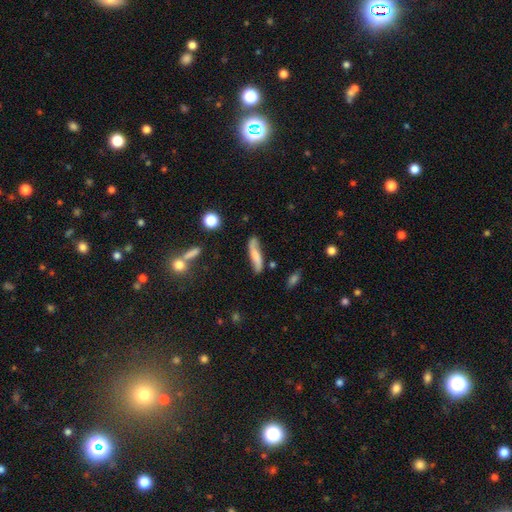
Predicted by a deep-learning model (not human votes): smooth 50%, featured or disk 43%, star or artifact 7%. Down the decision tree: merging — none (69%).